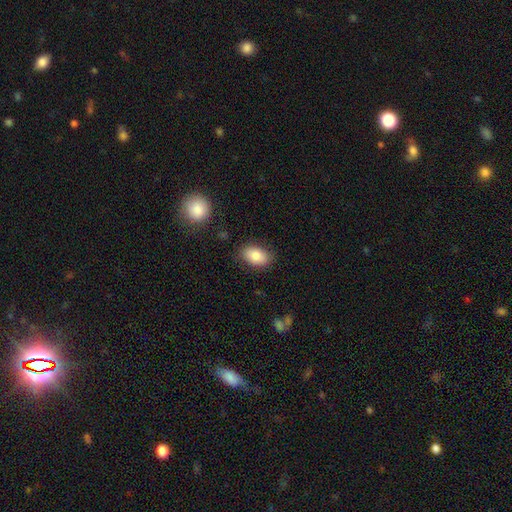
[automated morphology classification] This is clearly a smooth galaxy (86%). How rounded: clearly in between (90%). Merging: clearly none (83%).